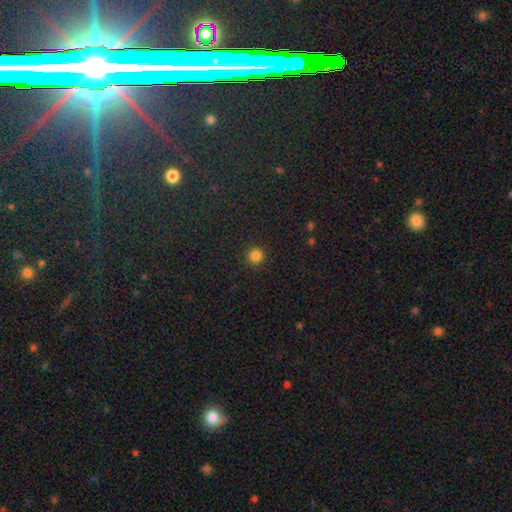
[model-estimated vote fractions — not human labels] smooth_or_featured: smooth (p=0.83) [alt: star or artifact p=0.13]
how_rounded: round (p=0.95) [alt: in between p=0.04]
merging: none (p=0.92) [alt: minor disturbance p=0.05]